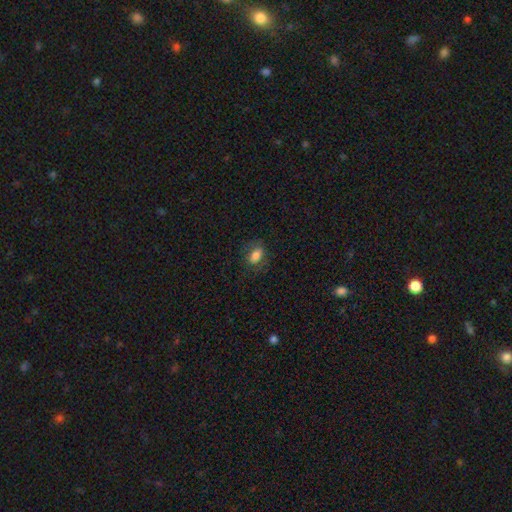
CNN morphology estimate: This is likely a smooth galaxy (77%). How rounded: clearly in between (82%). Merging: likely none (74%).